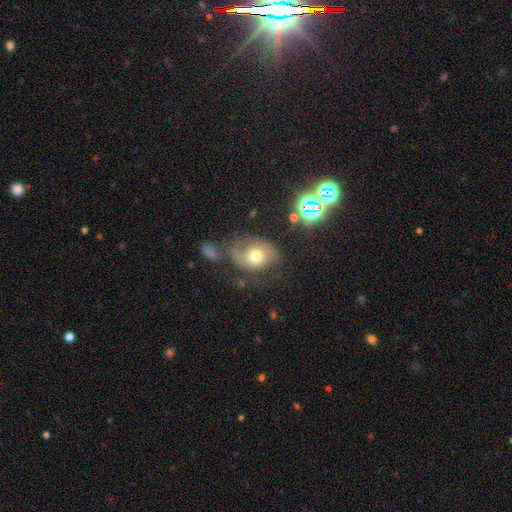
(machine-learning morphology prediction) The model was most divided on "smooth or featured": smooth: 46%, featured or disk: 42%, star or artifact: 12%. Remaining: merging — none (42%).